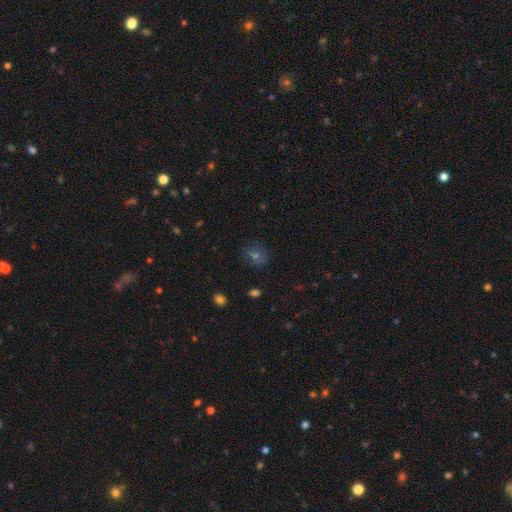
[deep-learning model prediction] A smooth galaxy with no disk features (57%) that is round (78%). Merging: none (83%).